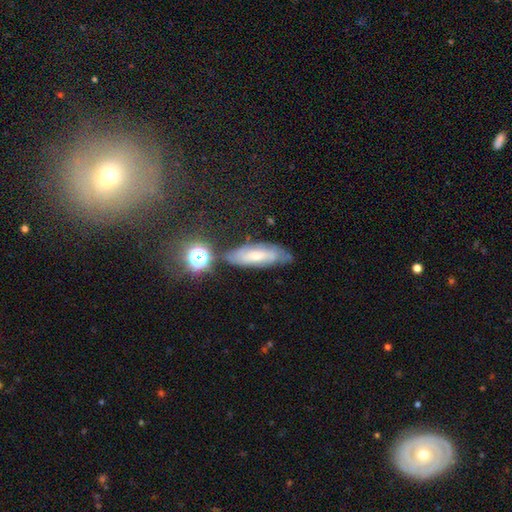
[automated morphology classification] A featured or disk galaxy (46%). Merging: none (64%).